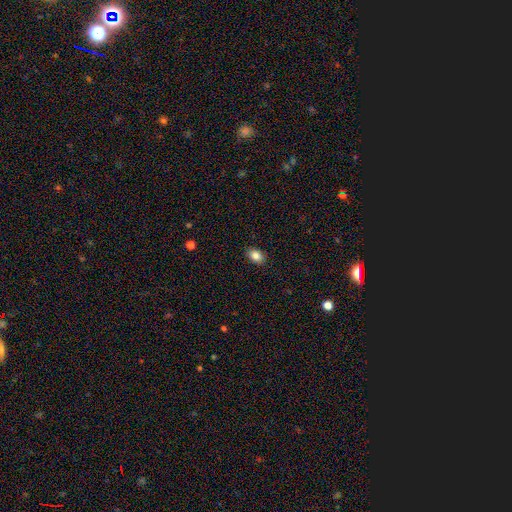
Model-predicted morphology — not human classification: Smooth or featured?
  - smooth: 86% *
  - star or artifact: 9%
  - featured or disk: 6%
How rounded?
  - in between: 78% *
  - round: 20%
  - cigar-shaped: 1%
Merging?
  - none: 89% *
  - minor disturbance: 8%
  - major disturbance: 2%
  - merger: 1%